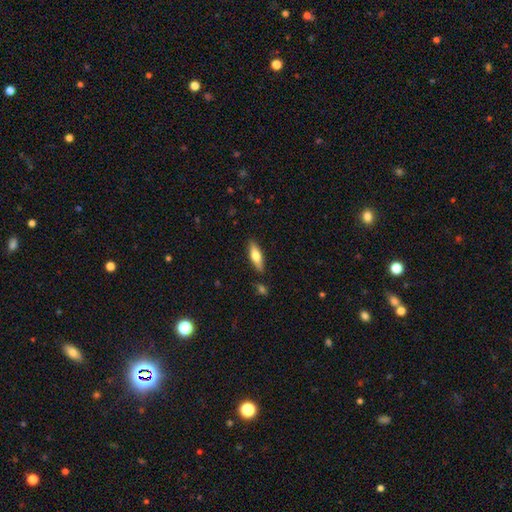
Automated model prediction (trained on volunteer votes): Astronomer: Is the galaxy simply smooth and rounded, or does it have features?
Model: smooth — 61%.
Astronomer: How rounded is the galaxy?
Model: cigar-shaped — 50% (runner-up: in between, 48%).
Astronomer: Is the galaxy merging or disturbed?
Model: none — 84%.